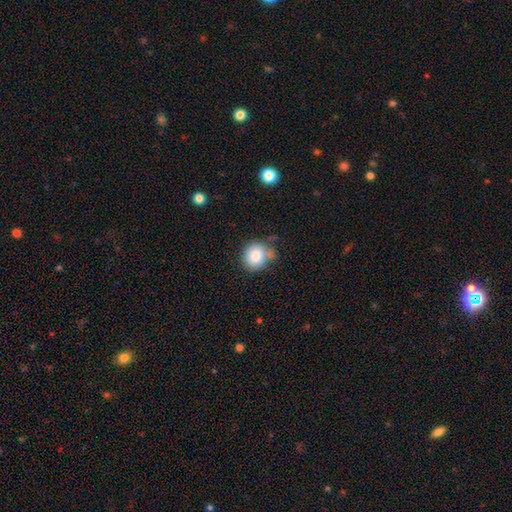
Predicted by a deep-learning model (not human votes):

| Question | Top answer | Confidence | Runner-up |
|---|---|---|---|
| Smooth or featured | smooth | 84% | star or artifact (9%) |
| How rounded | round | 84% | in between (15%) |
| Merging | none | 60% | minor disturbance (23%) |